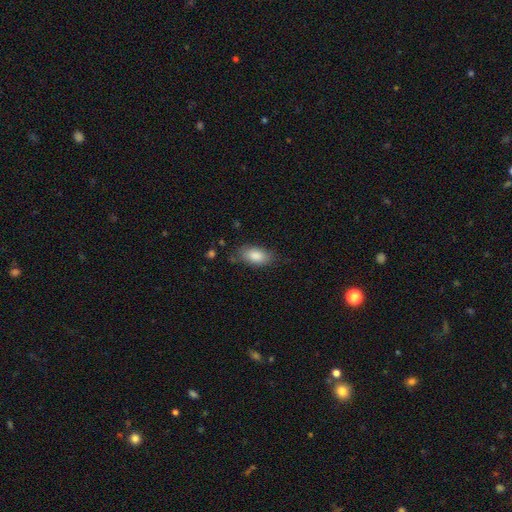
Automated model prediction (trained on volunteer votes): The model was most divided on "merging": none: 74%, minor disturbance: 19%, major disturbance: 5%, merger: 2%. More confident: how rounded — in between (90%); smooth or featured — smooth (85%).